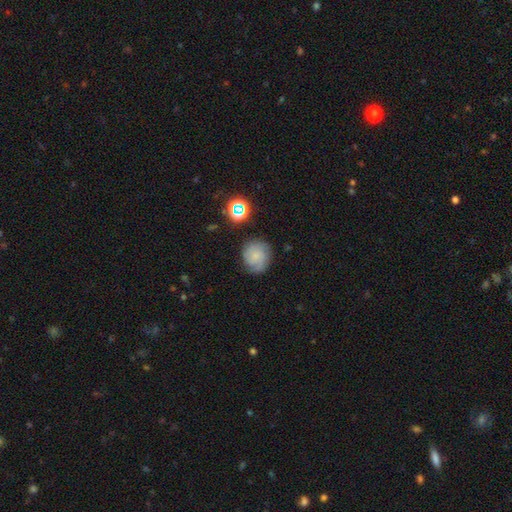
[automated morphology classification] smooth-or-featured: smooth: 50% | featured or disk: 38% | star or artifact: 12%
  how-rounded: round: 81% | in between: 18% | cigar-shaped: 1%
  merging: none: 73% | minor disturbance: 18% | major disturbance: 6% | merger: 3%